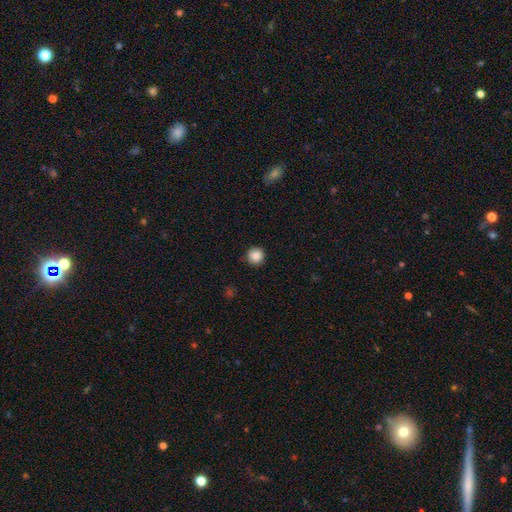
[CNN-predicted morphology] A smooth galaxy with no disk features (87%) that is round (96%). Merging: none (91%).